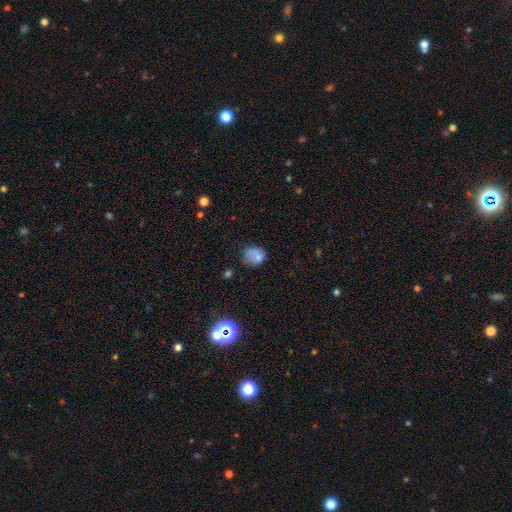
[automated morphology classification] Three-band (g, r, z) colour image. It shows a smooth galaxy with no disk features (74%) that is round (56%). Merging: none (47%).